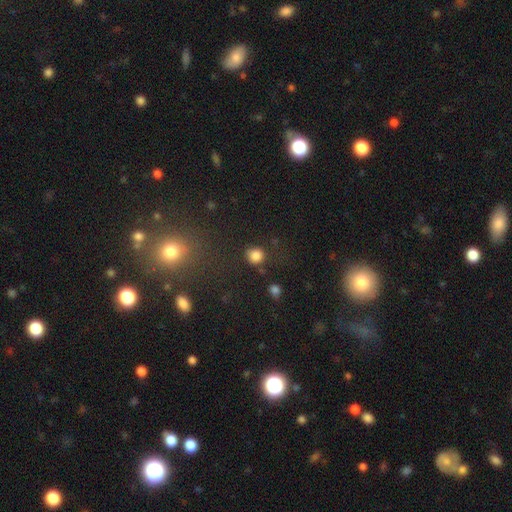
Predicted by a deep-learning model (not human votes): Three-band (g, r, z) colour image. It shows a smooth galaxy with no disk features (83%) that is round (83%). Merging: none (76%).